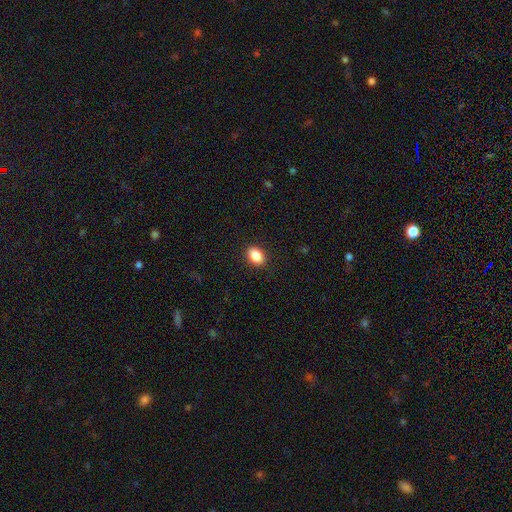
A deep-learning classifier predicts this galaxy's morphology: This appears to be a smooth galaxy with no disk features (88%) that is in between round and cigar-shaped (83%). Merging: none (89%).